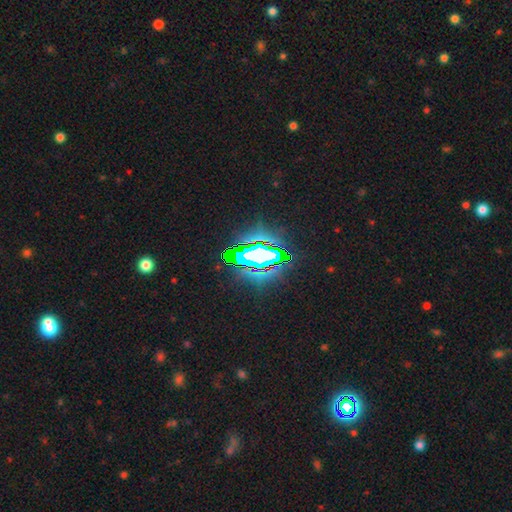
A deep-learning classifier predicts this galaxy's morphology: Overall: star or artifact (71%).